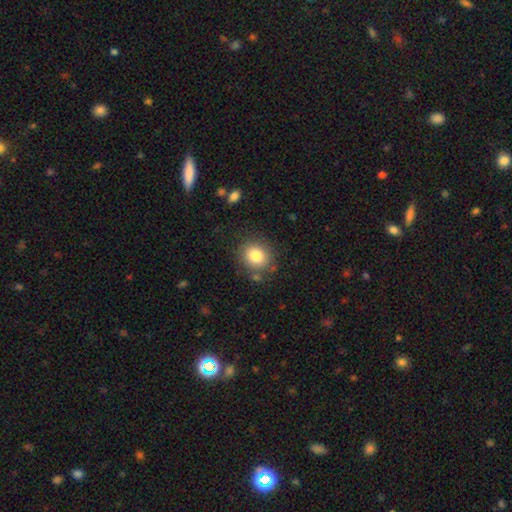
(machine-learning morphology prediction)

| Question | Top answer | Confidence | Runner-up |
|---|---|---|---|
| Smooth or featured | smooth | 82% | star or artifact (10%) |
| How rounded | round | 79% | in between (20%) |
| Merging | none | 82% | minor disturbance (11%) |